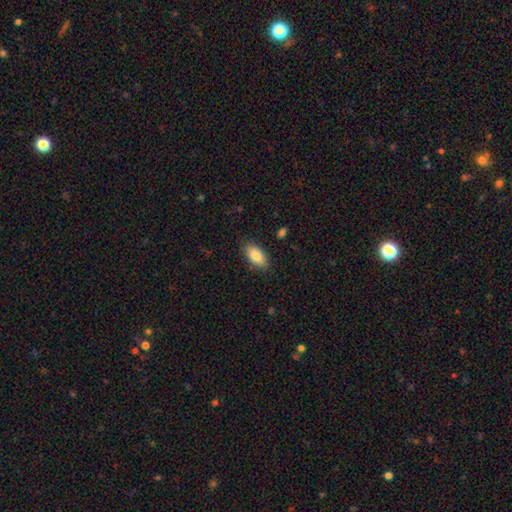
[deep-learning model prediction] Smooth or featured? Predicted: smooth (p=0.86). How rounded? Predicted: in between (p=0.92). Merging? Predicted: none (p=0.86).